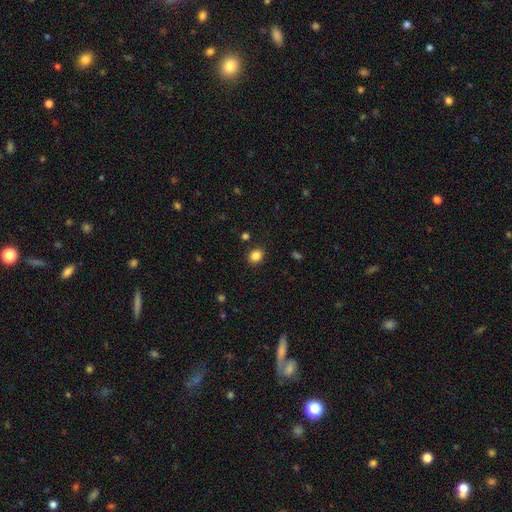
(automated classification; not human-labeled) smooth 85%, star or artifact 11%, featured or disk 4%. Down the decision tree: how rounded — round (60%); merging — none (89%).